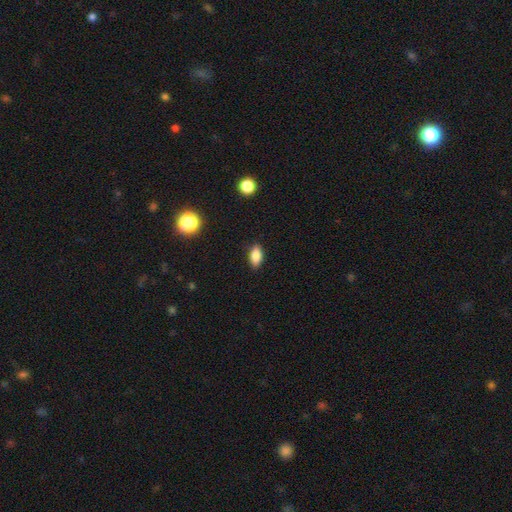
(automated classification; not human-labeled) smooth-or-featured: smooth: 83% | star or artifact: 9% | featured or disk: 8%
  how-rounded: in between: 87% | cigar-shaped: 7% | round: 5%
  merging: none: 88% | minor disturbance: 9% | major disturbance: 2% | merger: 1%